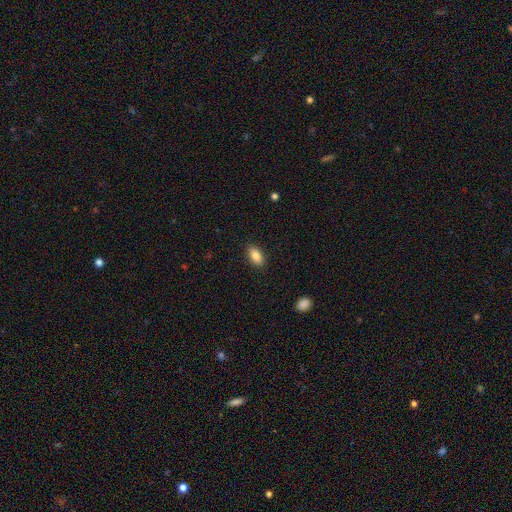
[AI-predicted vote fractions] A smooth galaxy with no disk features (86%) that is in between round and cigar-shaped (90%). Merging: none (88%).